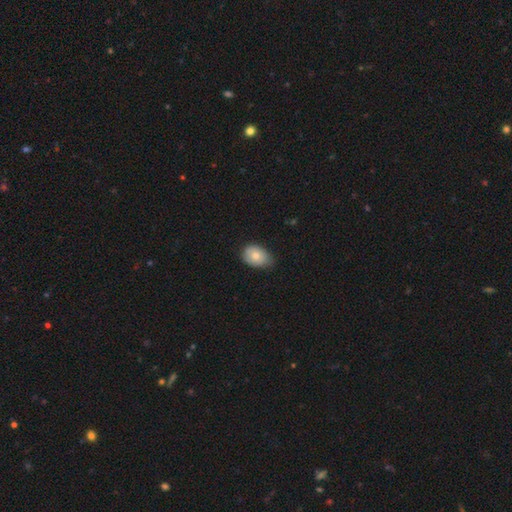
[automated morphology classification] Smooth or featured: smooth — 77% (featured or disk — 15%)
How rounded: in between — 76% (round — 23%)
Merging: none — 61% (minor disturbance — 33%)